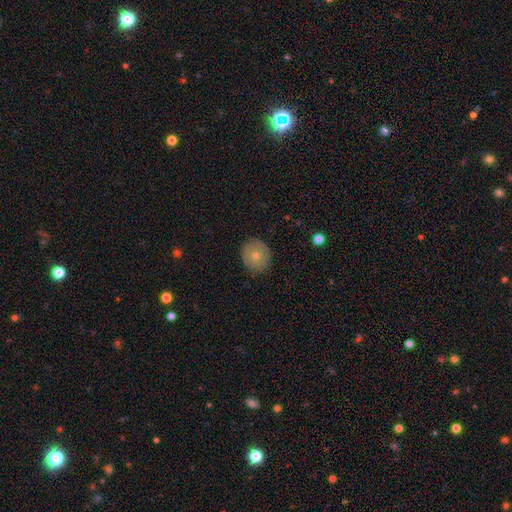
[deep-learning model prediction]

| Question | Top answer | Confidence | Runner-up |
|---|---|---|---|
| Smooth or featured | smooth | 66% | featured or disk (26%) |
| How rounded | round | 88% | in between (11%) |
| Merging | none | 86% | minor disturbance (11%) |